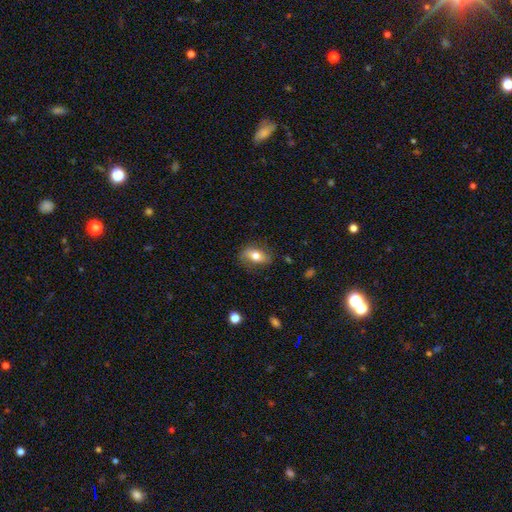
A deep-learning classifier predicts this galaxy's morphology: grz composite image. It shows a smooth galaxy with no disk features (68%) that is in between round and cigar-shaped (85%). Merging: none (74%).